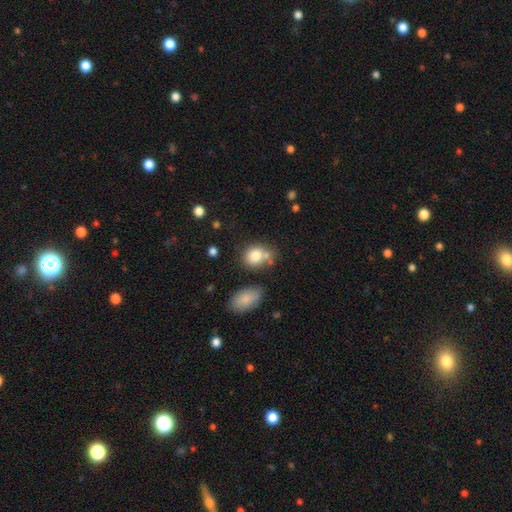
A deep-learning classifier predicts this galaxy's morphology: smooth_or_featured: smooth (p=0.80) [alt: featured or disk p=0.10]
how_rounded: round (p=0.61) [alt: in between p=0.38]
merging: none (p=0.55) [alt: merger p=0.21]